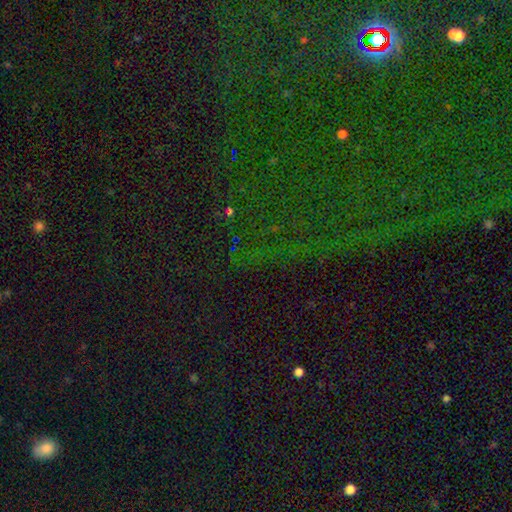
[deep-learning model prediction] The model was most divided on "smooth or featured": star or artifact: 84%, smooth: 9%, featured or disk: 7%.